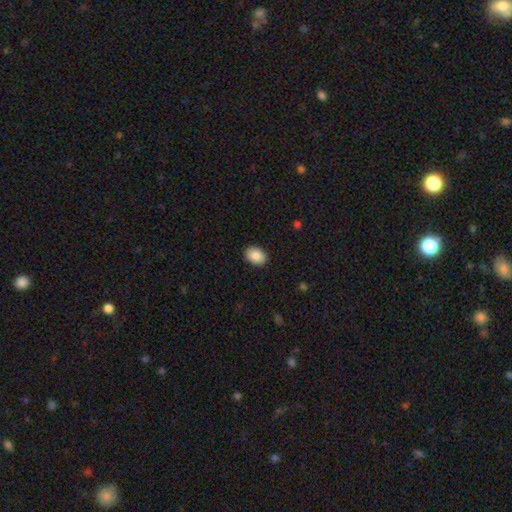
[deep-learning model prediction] Smooth or featured? Predicted: smooth (p=0.88). How rounded? Predicted: in between (p=0.77). Merging? Predicted: none (p=0.90).